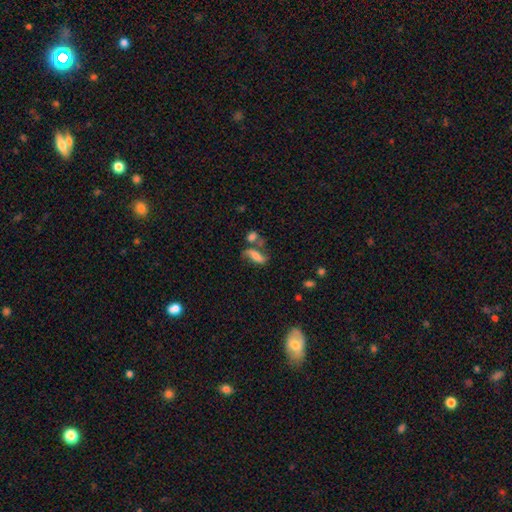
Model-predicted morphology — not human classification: type=smooth (50%); roundness=in between (68%); merging=none (41%).